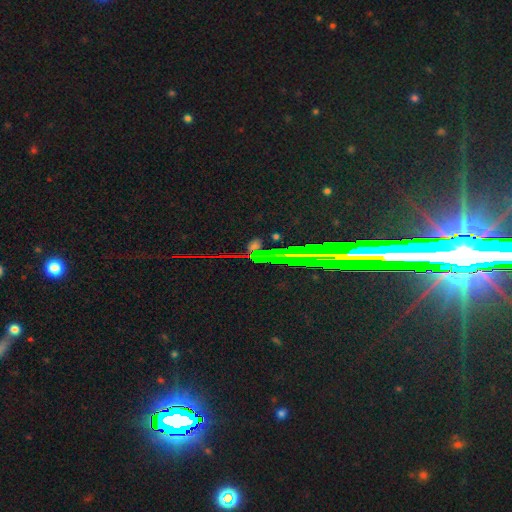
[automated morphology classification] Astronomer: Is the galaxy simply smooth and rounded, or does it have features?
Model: star or artifact — 78%.